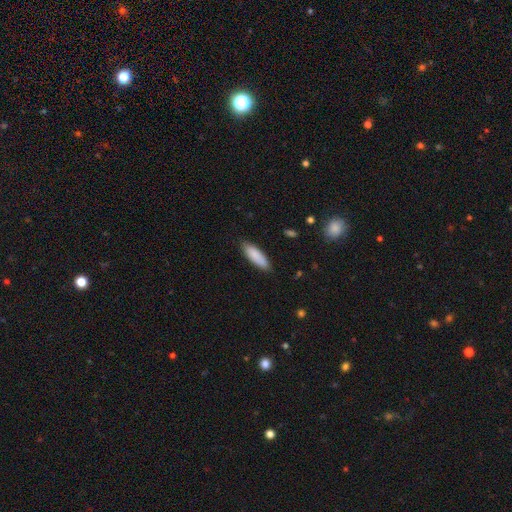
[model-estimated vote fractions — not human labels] A smooth galaxy with no disk features (87%) that is in between round and cigar-shaped (56%).

Vote fractions:
- Smooth or featured? smooth: 87% / featured or disk: 7% / star or artifact: 6%
- How rounded? in between: 56% / cigar-shaped: 42% / round: 1%
- Merging? none: 86% / minor disturbance: 11% / major disturbance: 2% / merger: 1%